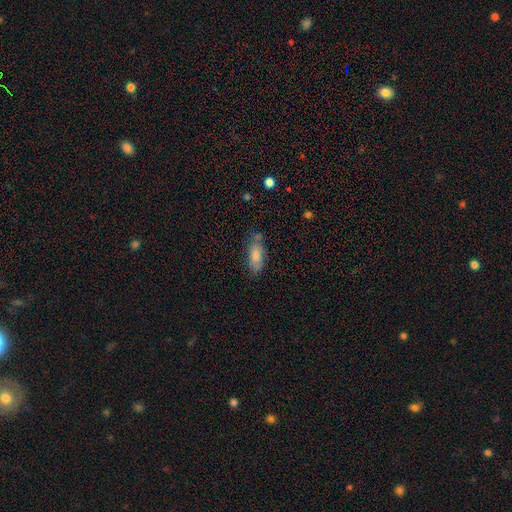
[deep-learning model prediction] Morphology: type=smooth (81%); roundness=in between (80%); merging=none (62%).